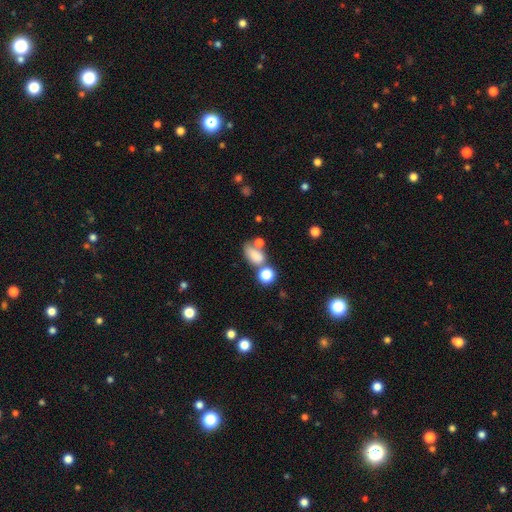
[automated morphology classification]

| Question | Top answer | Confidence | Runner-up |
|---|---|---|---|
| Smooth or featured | smooth | 76% | star or artifact (13%) |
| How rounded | in between | 82% | round (14%) |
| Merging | none | 38% | merger (34%) |